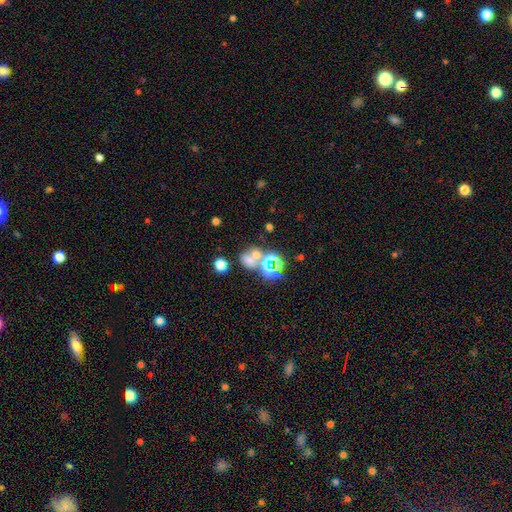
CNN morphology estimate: type=smooth (47%); merging=none (43%).